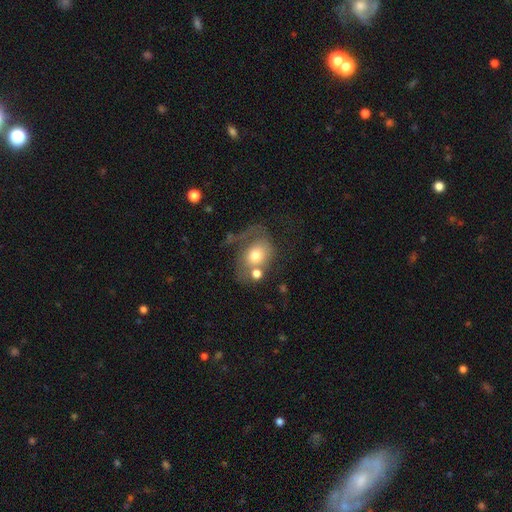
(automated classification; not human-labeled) A smooth galaxy with no disk features (59%) that is round (50%).

Vote fractions:
- Smooth or featured? smooth: 59% / featured or disk: 32% / star or artifact: 10%
- How rounded? round: 50% / in between: 49% / cigar-shaped: 1%
- Merging? major disturbance: 29% / none: 27% / merger: 26% / minor disturbance: 17%